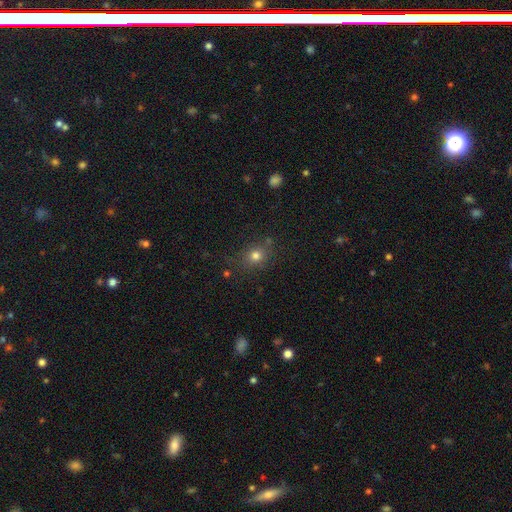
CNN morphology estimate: type=smooth (75%); roundness=round (73%); merging=none (79%).